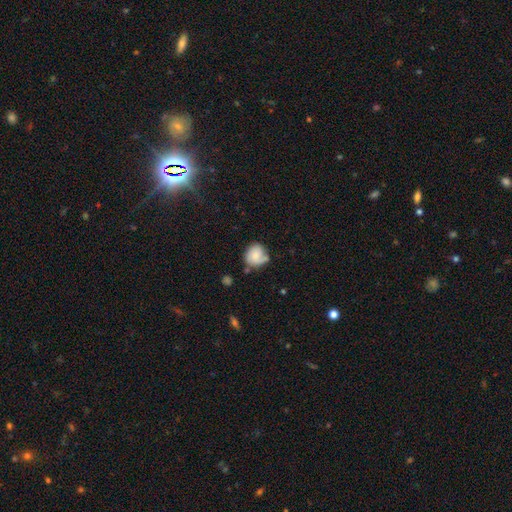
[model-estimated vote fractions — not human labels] The model was most divided on "merging": none: 52%, minor disturbance: 30%, major disturbance: 10%, merger: 9%. More confident: how rounded — round (74%); smooth or featured — smooth (64%).